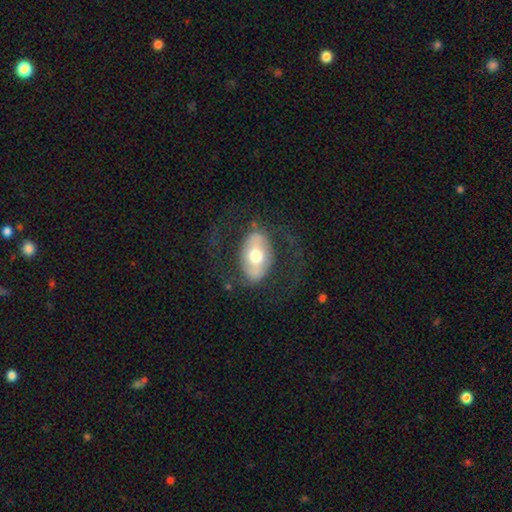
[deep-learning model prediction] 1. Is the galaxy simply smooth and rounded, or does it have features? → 62% featured or disk, 32% smooth, 6% star or artifact.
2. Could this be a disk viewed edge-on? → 92% no, 8% yes.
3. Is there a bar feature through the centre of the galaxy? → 43% no, 29% strong, 28% weak.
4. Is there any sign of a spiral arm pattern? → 56% yes, 44% no.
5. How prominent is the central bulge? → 68% moderate, 20% large, 9% small, 2% dominant, 1% none.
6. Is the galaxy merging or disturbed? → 71% none, 14% major disturbance, 13% minor disturbance, 1% merger.